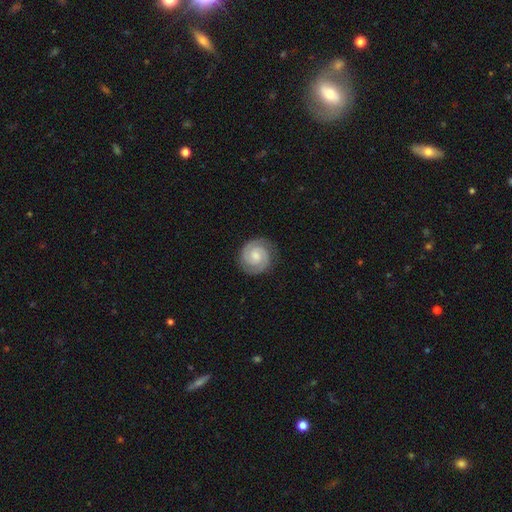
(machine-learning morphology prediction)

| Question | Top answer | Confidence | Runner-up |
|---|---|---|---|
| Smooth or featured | featured or disk | 84% | smooth (11%) |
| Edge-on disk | no | 98% | yes (2%) |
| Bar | no | 58% | weak (35%) |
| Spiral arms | yes | 98% | no (2%) |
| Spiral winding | tight | 72% | medium (25%) |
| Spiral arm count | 2 | 90% | can't tell (3%) |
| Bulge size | moderate | 44% | small (40%) |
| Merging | none | 85% | minor disturbance (11%) |